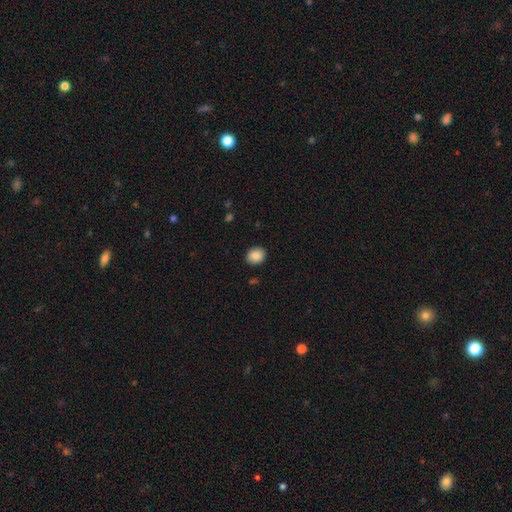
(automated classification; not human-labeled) A smooth galaxy with no disk features (89%) that is round (63%).

Vote fractions:
- Smooth or featured? smooth: 89% / star or artifact: 8% / featured or disk: 4%
- How rounded? round: 63% / in between: 36% / cigar-shaped: 1%
- Merging? none: 90% / minor disturbance: 7% / major disturbance: 2% / merger: 1%